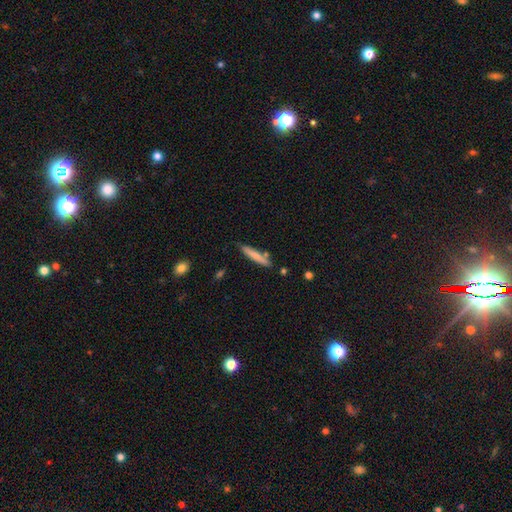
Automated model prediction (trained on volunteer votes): Morphology: type=smooth (73%); roundness=cigar-shaped (92%); merging=none (81%).